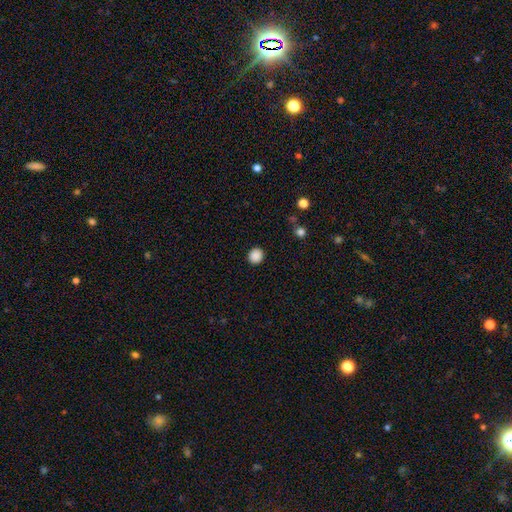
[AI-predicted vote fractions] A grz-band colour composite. It shows a smooth galaxy with no disk features (88%) that is round (89%). Merging: none (92%).